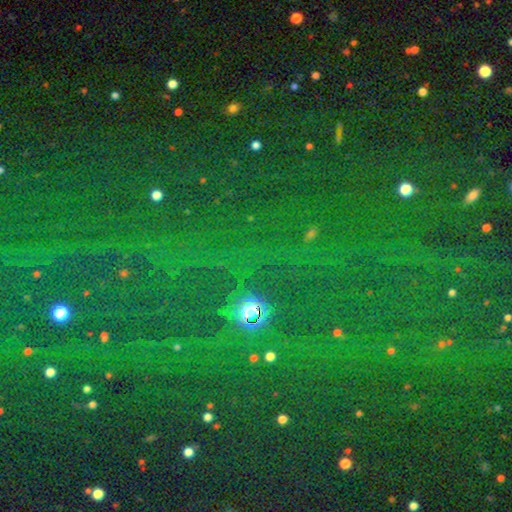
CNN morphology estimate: smooth-or-featured: star or artifact: 80% | smooth: 13% | featured or disk: 7%